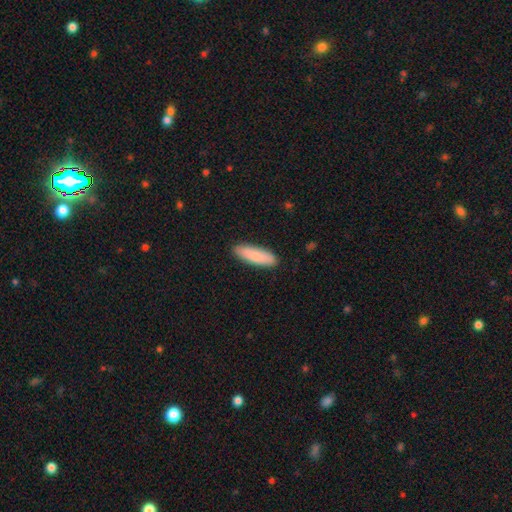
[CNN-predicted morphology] type=smooth (84%); roundness=cigar-shaped (53%); merging=none (89%).